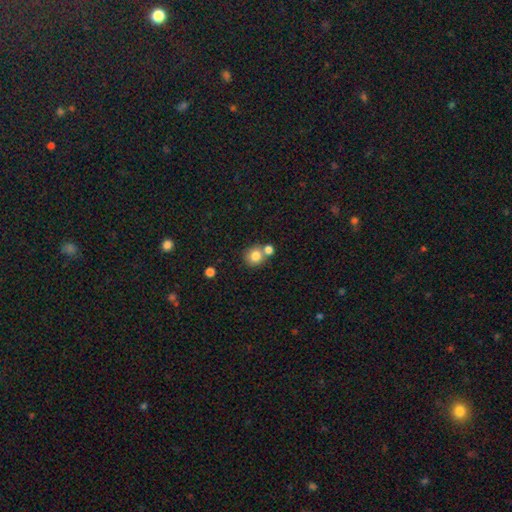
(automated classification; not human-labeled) smooth 81%, star or artifact 11%, featured or disk 9%. Down the decision tree: how rounded — round (87%); merging — none (57%).